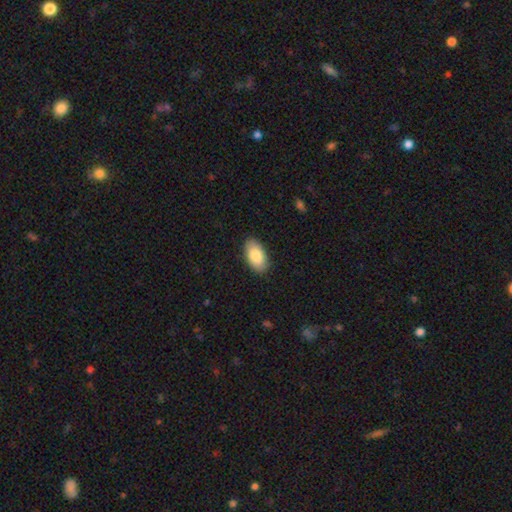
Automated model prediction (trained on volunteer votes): Smooth or featured: smooth — 85% (featured or disk — 9%)
How rounded: in between — 95% (round — 3%)
Merging: none — 88% (minor disturbance — 9%)